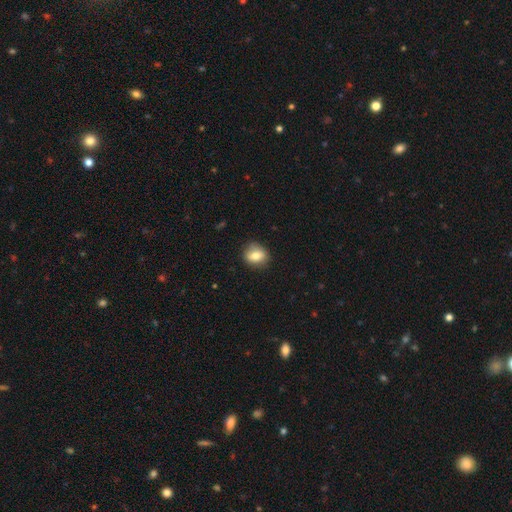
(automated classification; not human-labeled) Morphology: type=smooth (76%); roundness=round (57%); merging=none (85%).